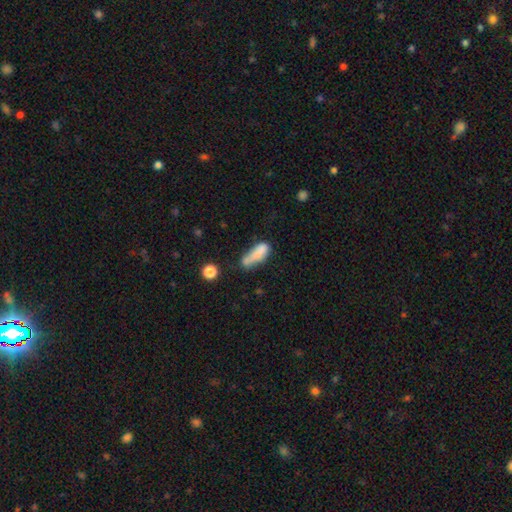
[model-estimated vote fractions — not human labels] A smooth galaxy with no disk features (69%) that is in between round and cigar-shaped (55%).

Vote fractions:
- Smooth or featured? smooth: 69% / featured or disk: 22% / star or artifact: 9%
- How rounded? in between: 55% / cigar-shaped: 42% / round: 3%
- Merging? none: 34% / minor disturbance: 28% / merger: 23% / major disturbance: 16%